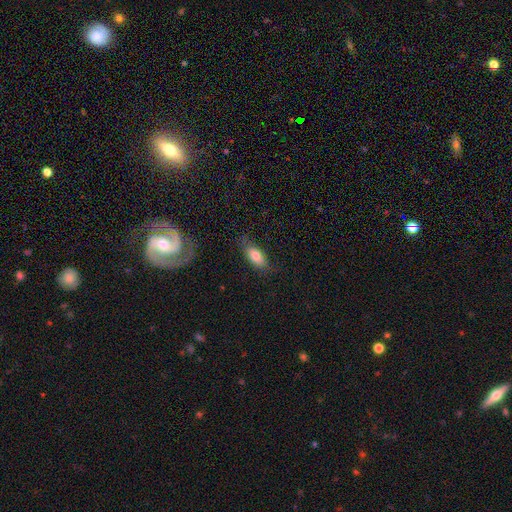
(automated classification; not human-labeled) Smooth or featured: smooth — 78% (featured or disk — 15%)
How rounded: in between — 84% (cigar-shaped — 12%)
Merging: none — 73% (minor disturbance — 19%)